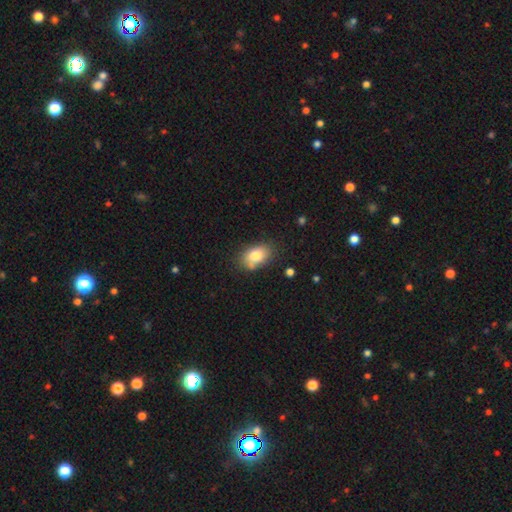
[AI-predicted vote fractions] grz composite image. It shows a smooth galaxy with no disk features (79%) that is in between round and cigar-shaped (84%). Merging: none (69%).